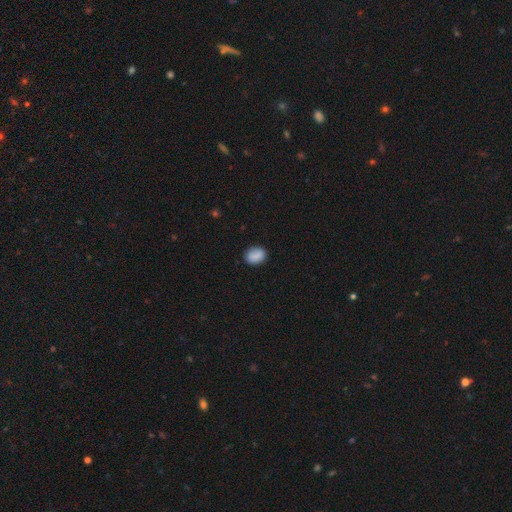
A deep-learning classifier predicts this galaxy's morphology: type=smooth (85%); roundness=in between (59%); merging=none (82%).